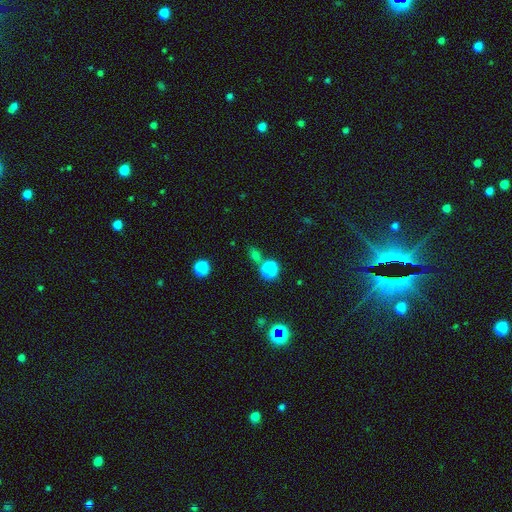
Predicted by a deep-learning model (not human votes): smooth-or-featured: smooth: 64% | star or artifact: 28% | featured or disk: 8%
  how-rounded: round: 52% | in between: 44% | cigar-shaped: 4%
  merging: none: 59% | merger: 24% | minor disturbance: 11% | major disturbance: 6%